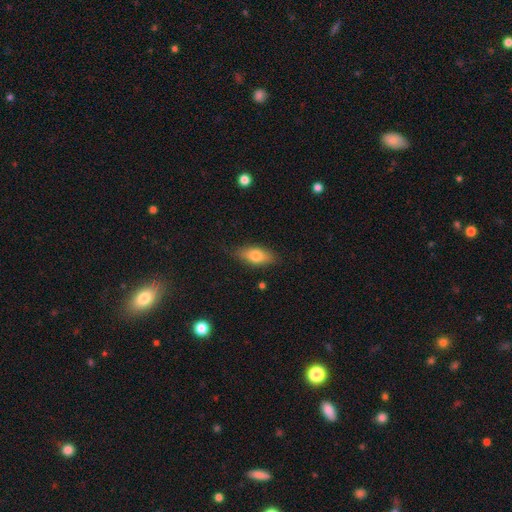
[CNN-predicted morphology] smooth-or-featured: smooth: 73% | featured or disk: 20% | star or artifact: 7%
  how-rounded: in between: 81% | cigar-shaped: 15% | round: 4%
  merging: none: 78% | minor disturbance: 17% | major disturbance: 4% | merger: 1%